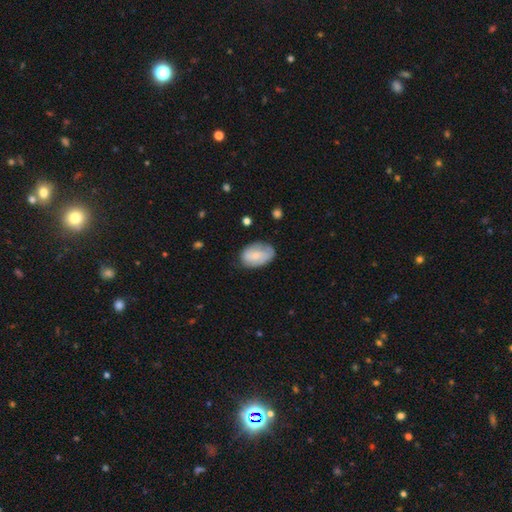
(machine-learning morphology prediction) smooth 61%, featured or disk 33%, star or artifact 6%. Down the decision tree: how rounded — in between (88%); merging — none (65%).